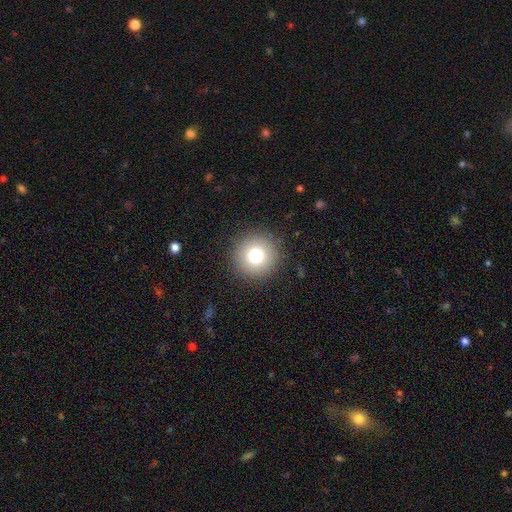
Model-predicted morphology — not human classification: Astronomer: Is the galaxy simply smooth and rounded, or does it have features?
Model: smooth — 77%.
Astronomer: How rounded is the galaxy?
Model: round — 96%.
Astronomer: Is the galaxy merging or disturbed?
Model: none — 90%.